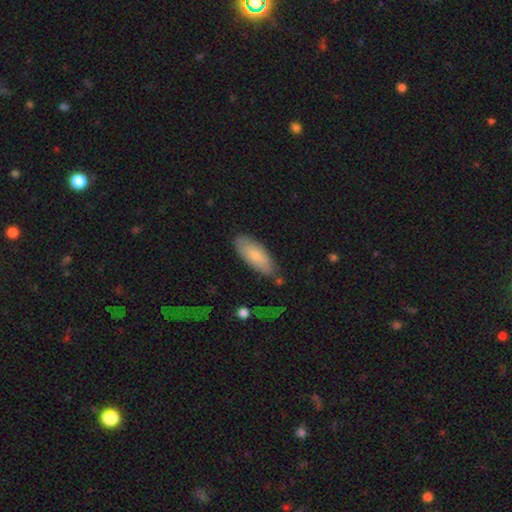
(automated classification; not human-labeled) This appears to be a smooth galaxy with no disk features (73%) that is in between round and cigar-shaped (78%). Merging: none (71%).